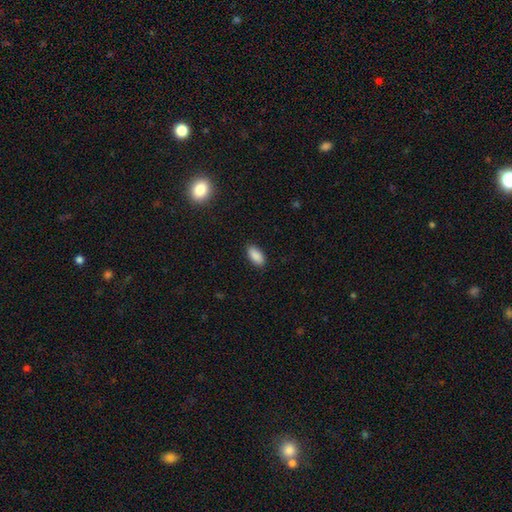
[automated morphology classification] Smooth or featured? Predicted: smooth (p=0.89). How rounded? Predicted: in between (p=0.92). Merging? Predicted: none (p=0.88).